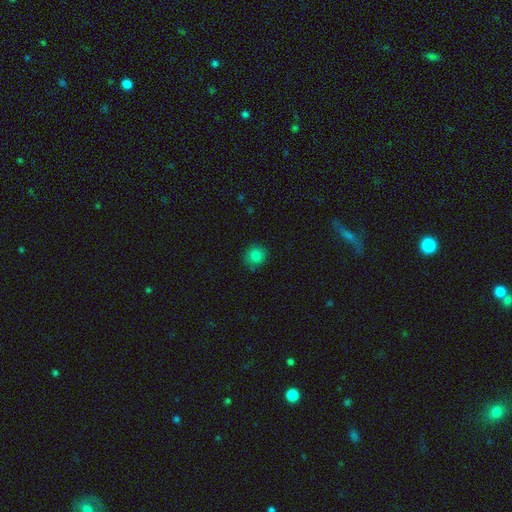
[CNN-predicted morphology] This is clearly a smooth galaxy (83%). How rounded: clearly round (86%). Merging: clearly none (85%).